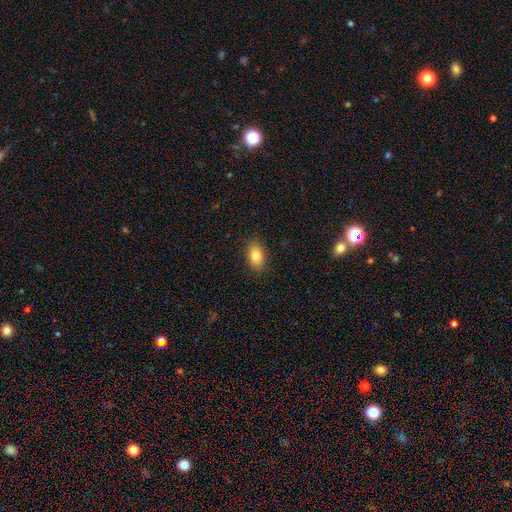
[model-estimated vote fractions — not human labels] smooth 83%, star or artifact 9%, featured or disk 9%. Down the decision tree: how rounded — in between (85%); merging — none (88%).